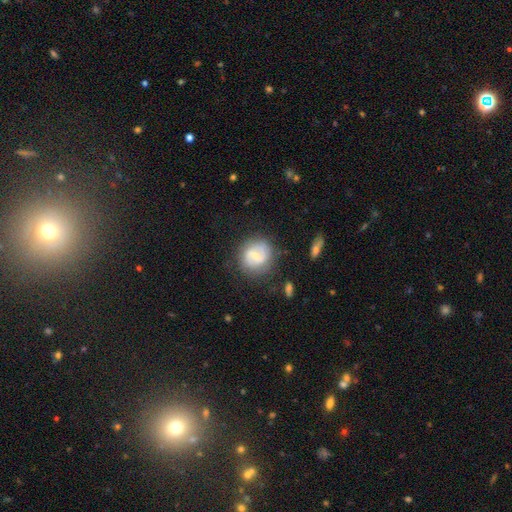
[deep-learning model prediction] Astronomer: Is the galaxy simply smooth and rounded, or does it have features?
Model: featured or disk — 59%.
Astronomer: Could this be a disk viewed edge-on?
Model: no — 97%.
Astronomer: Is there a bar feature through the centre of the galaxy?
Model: weak — 55%.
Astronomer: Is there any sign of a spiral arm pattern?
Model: yes — 80%.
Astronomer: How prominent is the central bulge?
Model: small — 55% (runner-up: moderate, 34%).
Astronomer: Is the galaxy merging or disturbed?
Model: none — 73%.